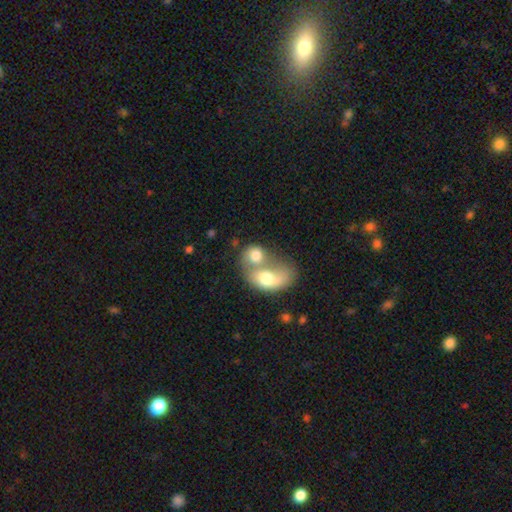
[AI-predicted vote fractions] smooth_or_featured: smooth (p=0.66) [alt: featured or disk p=0.26]
how_rounded: in between (p=0.60) [alt: round p=0.38]
merging: merger (p=0.78) [alt: none p=0.10]